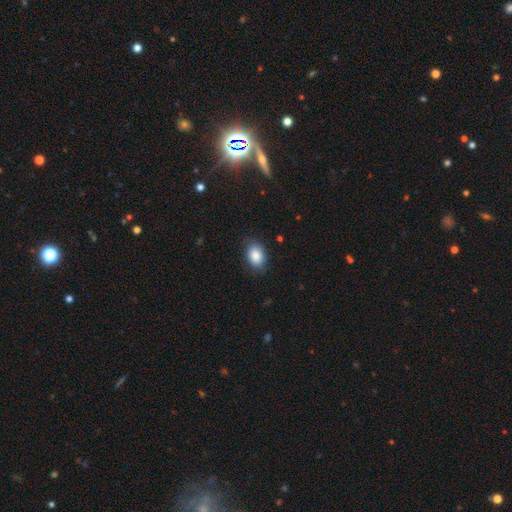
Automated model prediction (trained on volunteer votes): Smooth or featured: smooth — 87% (star or artifact — 7%)
How rounded: in between — 81% (round — 18%)
Merging: none — 82% (minor disturbance — 14%)